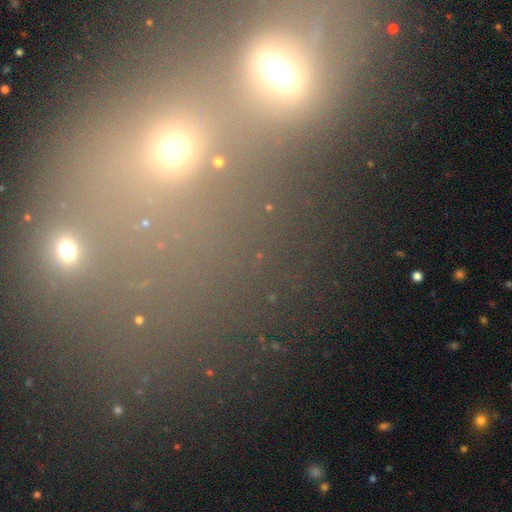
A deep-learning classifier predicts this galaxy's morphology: Smooth or featured? Predicted: smooth (p=0.43). Merging? Predicted: merger (p=0.60).